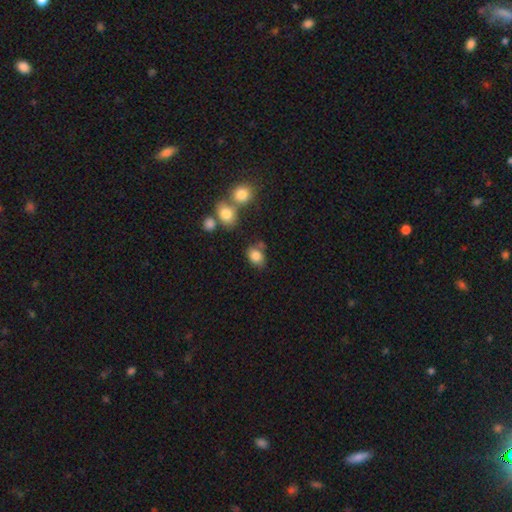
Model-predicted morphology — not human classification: smooth-or-featured: smooth: 83% | star or artifact: 10% | featured or disk: 8%
  how-rounded: in between: 71% | round: 28% | cigar-shaped: 1%
  merging: none: 64% | minor disturbance: 18% | merger: 13% | major disturbance: 6%